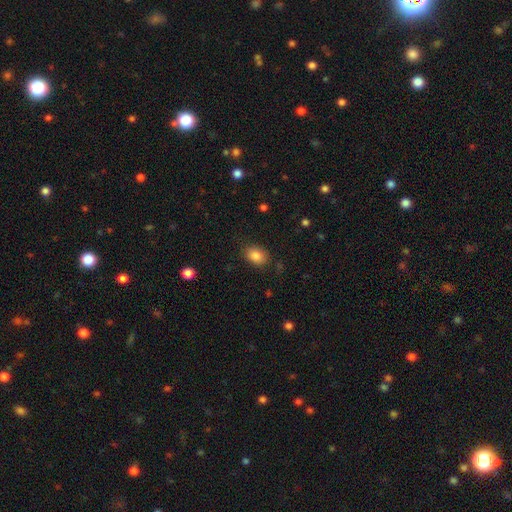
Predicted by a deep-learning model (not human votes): smooth-or-featured: smooth: 85% | star or artifact: 9% | featured or disk: 6%
  how-rounded: in between: 72% | round: 27% | cigar-shaped: 1%
  merging: none: 84% | minor disturbance: 12% | major disturbance: 3% | merger: 1%